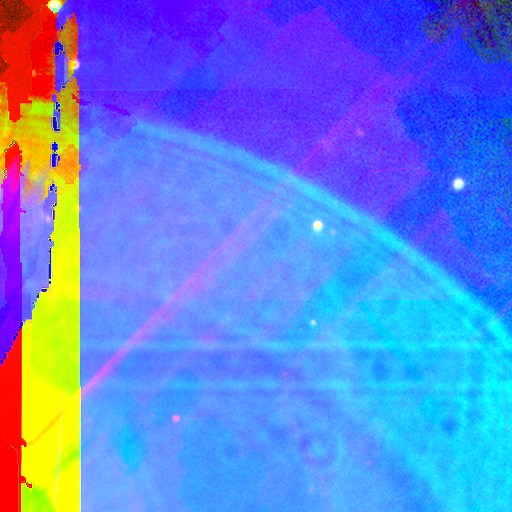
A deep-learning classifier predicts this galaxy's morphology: star or artifact 88%, featured or disk 7%, smooth 5%.